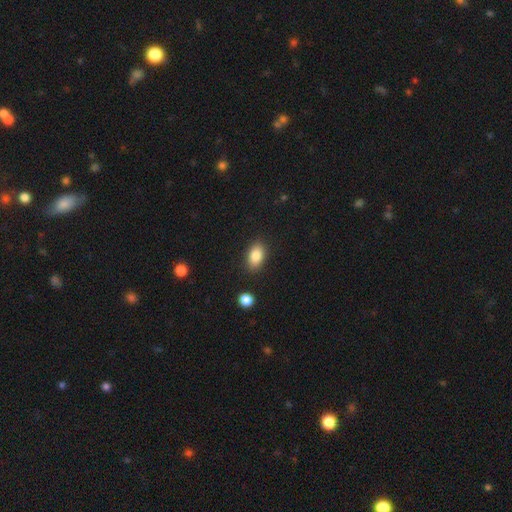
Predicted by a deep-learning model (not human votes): The model was most divided on "merging": none: 86%, minor disturbance: 9%, major disturbance: 3%, merger: 2%. More confident: how rounded — in between (89%); smooth or featured — smooth (86%).